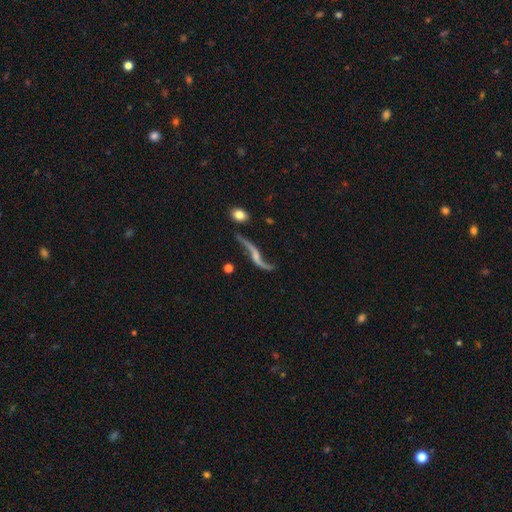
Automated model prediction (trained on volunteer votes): smooth_or_featured: featured or disk (p=0.87) [alt: smooth p=0.07]
disk_edge_on: no (p=0.81) [alt: yes p=0.19]
bar: no (p=0.50) [alt: weak p=0.32]
has_spiral_arms: yes (p=0.93) [alt: no p=0.07]
spiral_winding: loose (p=0.95) [alt: medium p=0.03]
spiral_arm_count: 2 (p=0.92) [alt: 1 p=0.03]
bulge_size: small (p=0.47) [alt: none p=0.30]
merging: none (p=0.62) [alt: minor disturbance p=0.18]